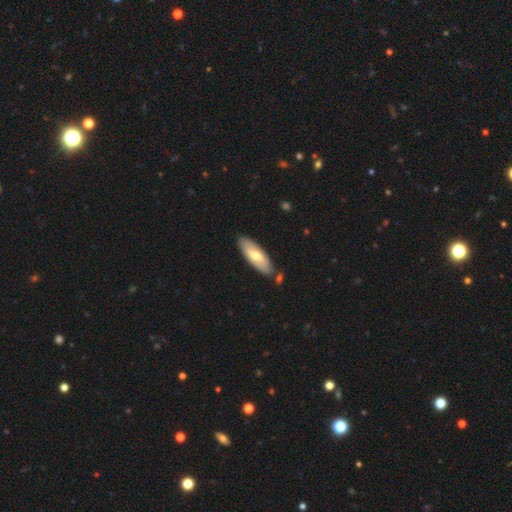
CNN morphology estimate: Smooth or featured: smooth — 61% (featured or disk — 34%)
How rounded: in between — 69% (cigar-shaped — 30%)
Merging: none — 81% (minor disturbance — 12%)